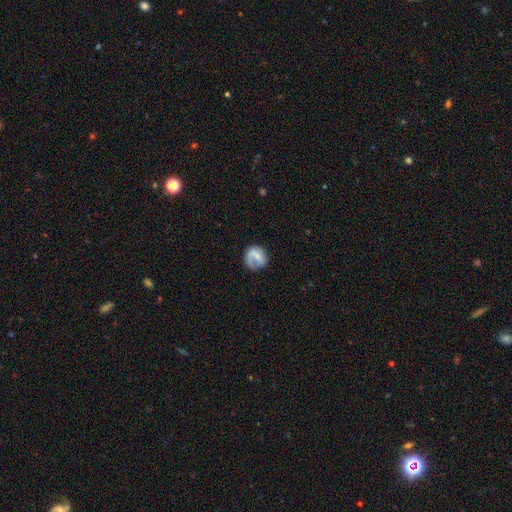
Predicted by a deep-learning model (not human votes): Smooth or featured?
  - smooth: 47% *
  - featured or disk: 45%
  - star or artifact: 8%
Merging?
  - none: 59% *
  - minor disturbance: 21%
  - major disturbance: 17%
  - merger: 3%